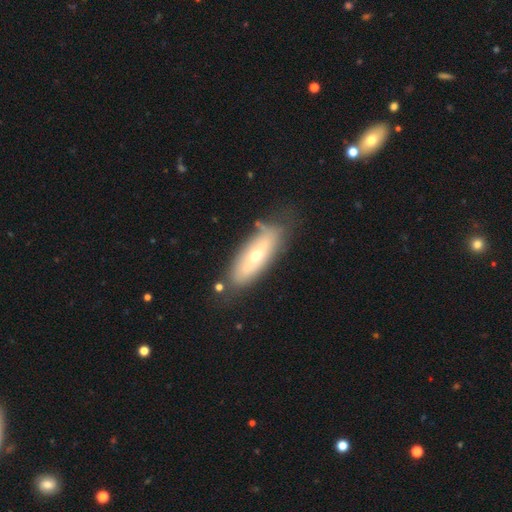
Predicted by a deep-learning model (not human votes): Smooth or featured?
  - smooth: 49% *
  - featured or disk: 44%
  - star or artifact: 7%
Merging?
  - none: 70% *
  - minor disturbance: 19%
  - major disturbance: 6%
  - merger: 5%